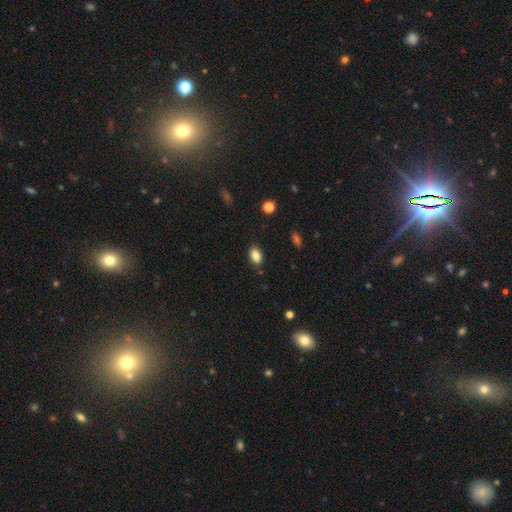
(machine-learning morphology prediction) smooth-or-featured: smooth: 85% | star or artifact: 9% | featured or disk: 5%
  how-rounded: in between: 87% | round: 11% | cigar-shaped: 2%
  merging: none: 85% | minor disturbance: 11% | major disturbance: 3% | merger: 2%